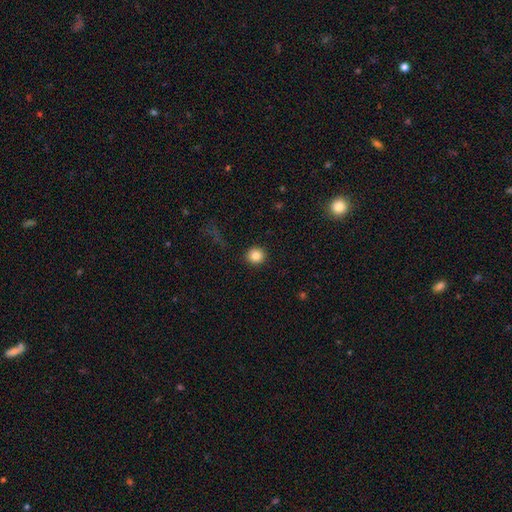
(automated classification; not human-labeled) smooth 84%, star or artifact 10%, featured or disk 6%. Down the decision tree: how rounded — round (92%); merging — none (92%).